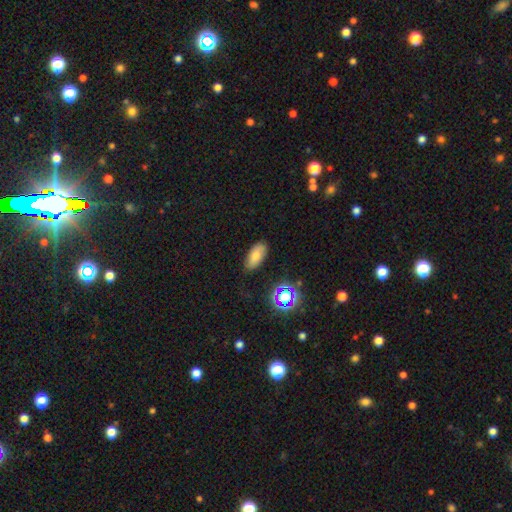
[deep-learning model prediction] This is likely a smooth galaxy (75%). How rounded: clearly in between (89%). Merging: clearly none (83%).